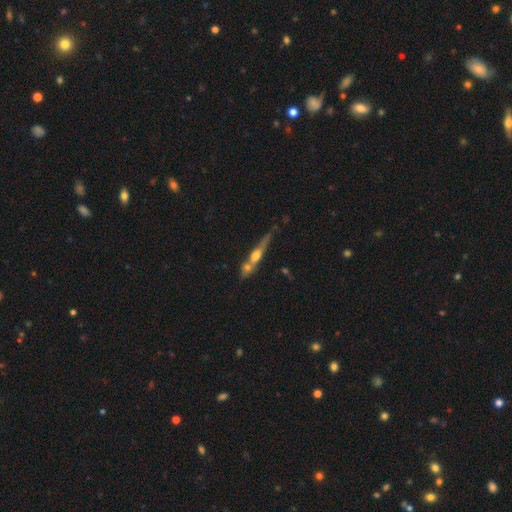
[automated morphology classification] Smooth or featured: featured or disk — 55% (smooth — 37%)
Edge-on disk: yes — 83% (no — 17%)
Merging: none — 40% (merger — 38%)